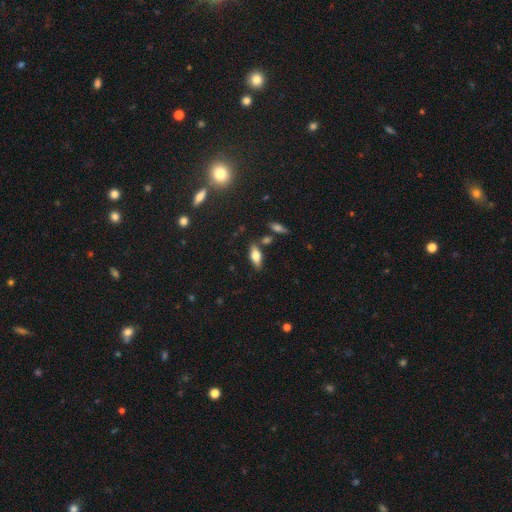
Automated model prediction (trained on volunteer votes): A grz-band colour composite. It shows a smooth galaxy with no disk features (69%) that is in between round and cigar-shaped (79%). Merging: none (79%).